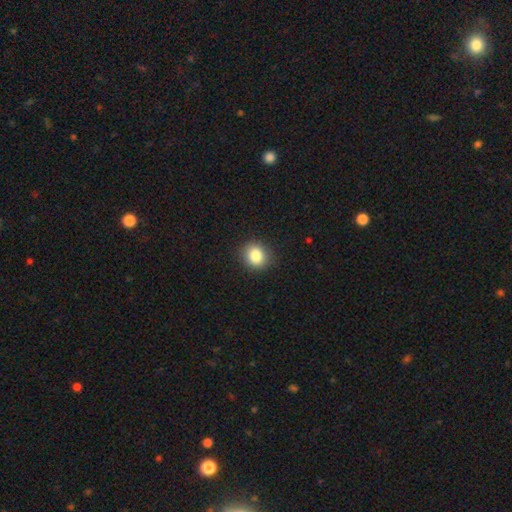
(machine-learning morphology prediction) Smooth or featured: smooth — 84% (star or artifact — 10%)
How rounded: round — 77% (in between — 22%)
Merging: none — 90% (minor disturbance — 7%)